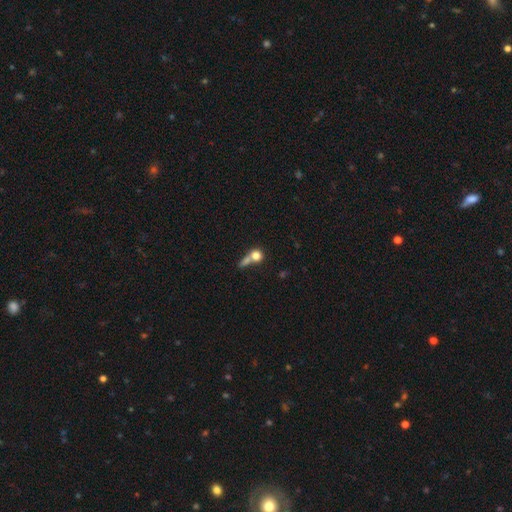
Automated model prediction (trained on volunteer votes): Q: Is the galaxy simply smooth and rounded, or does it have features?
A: smooth — 74%.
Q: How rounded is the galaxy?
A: round — 76%.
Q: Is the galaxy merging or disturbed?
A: merger — 49%.